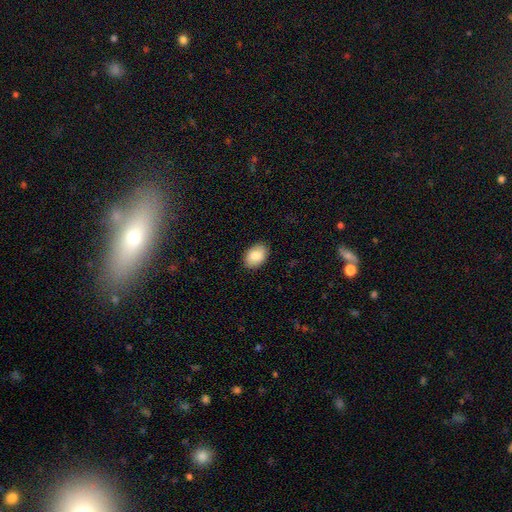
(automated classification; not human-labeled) A smooth galaxy with no disk features (87%) that is in between round and cigar-shaped (85%). Merging: none (88%).